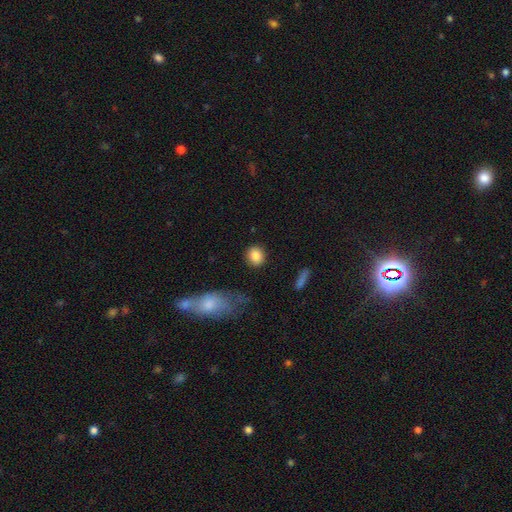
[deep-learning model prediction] A smooth galaxy with no disk features (87%) that is round (74%).

Vote fractions:
- Smooth or featured? smooth: 87% / star or artifact: 8% / featured or disk: 5%
- How rounded? round: 74% / in between: 24% / cigar-shaped: 2%
- Merging? none: 87% / minor disturbance: 8% / major disturbance: 3% / merger: 2%